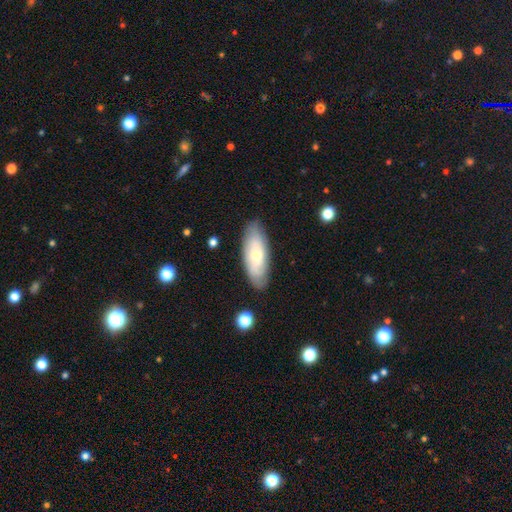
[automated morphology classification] smooth_or_featured: smooth (p=0.50) [alt: featured or disk p=0.43]
how_rounded: in between (p=0.77) [alt: cigar-shaped p=0.21]
merging: none (p=0.82) [alt: minor disturbance p=0.13]